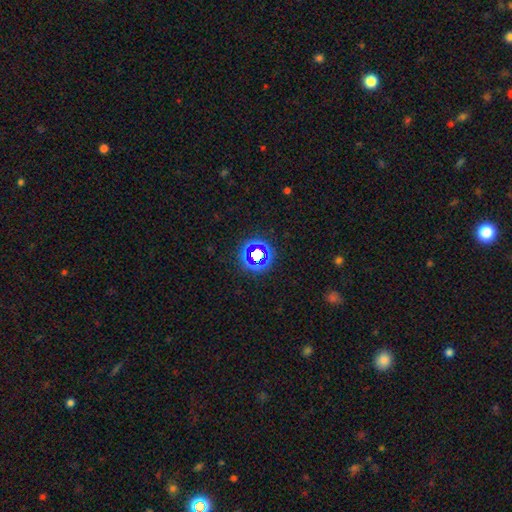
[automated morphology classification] smooth-or-featured: star or artifact: 63% | smooth: 24% | featured or disk: 13%